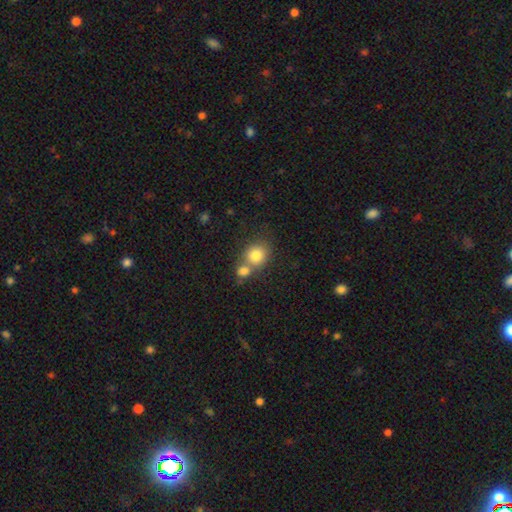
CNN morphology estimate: smooth-or-featured: smooth: 80% | star or artifact: 10% | featured or disk: 9%
  how-rounded: round: 80% | in between: 19% | cigar-shaped: 1%
  merging: none: 46% | merger: 43% | minor disturbance: 8% | major disturbance: 3%